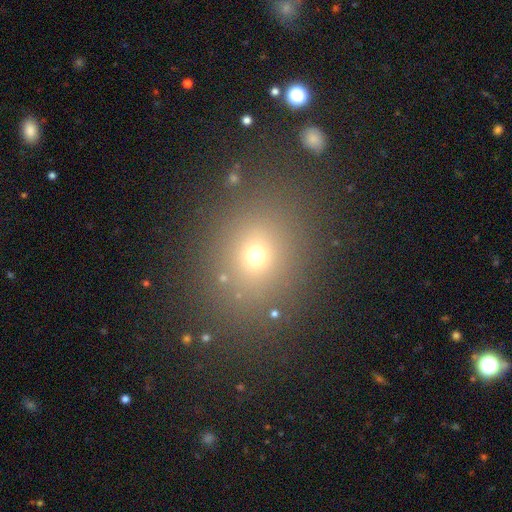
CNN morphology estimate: smooth 65%, star or artifact 24%, featured or disk 11%. Down the decision tree: how rounded — round (60%); merging — none (84%).